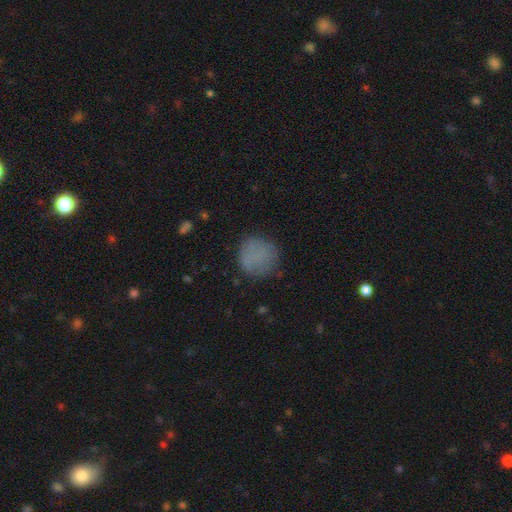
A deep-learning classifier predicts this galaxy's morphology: Smooth or featured?
  - smooth: 78% *
  - star or artifact: 12%
  - featured or disk: 10%
How rounded?
  - round: 89% *
  - in between: 10%
  - cigar-shaped: 1%
Merging?
  - none: 75% *
  - minor disturbance: 17%
  - major disturbance: 7%
  - merger: 2%